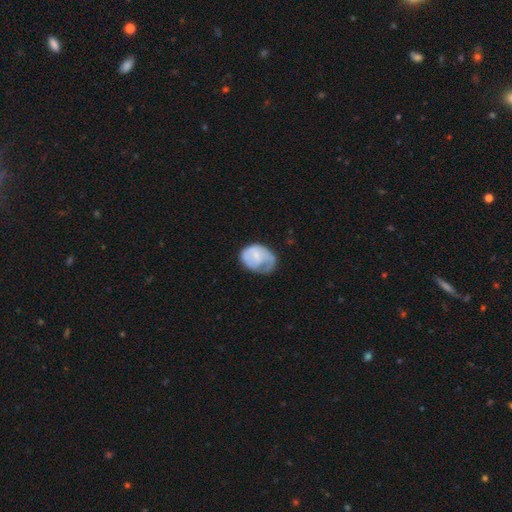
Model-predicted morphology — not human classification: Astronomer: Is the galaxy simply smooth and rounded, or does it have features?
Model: smooth — 53% (runner-up: featured or disk, 41%).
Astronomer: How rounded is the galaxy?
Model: in between — 65%.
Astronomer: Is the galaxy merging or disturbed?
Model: minor disturbance — 37% (runner-up: major disturbance, 33%).